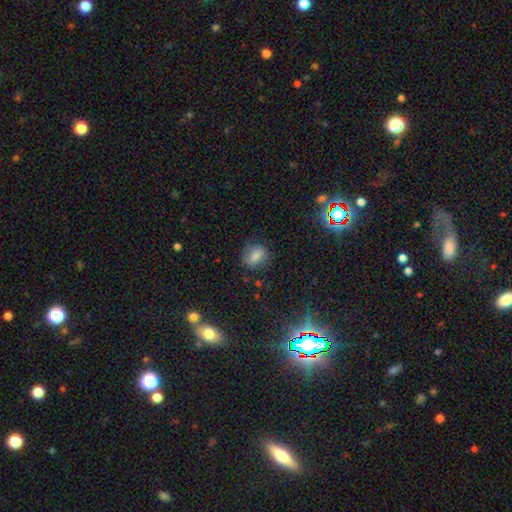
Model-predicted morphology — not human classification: A smooth galaxy with no disk features (73%) that is in between round and cigar-shaped (53%).

Vote fractions:
- Smooth or featured? smooth: 73% / featured or disk: 15% / star or artifact: 12%
- How rounded? in between: 53% / round: 43% / cigar-shaped: 4%
- Merging? none: 77% / minor disturbance: 15% / major disturbance: 6% / merger: 2%